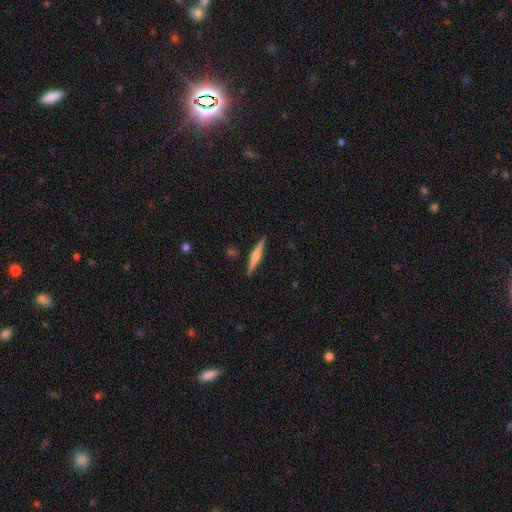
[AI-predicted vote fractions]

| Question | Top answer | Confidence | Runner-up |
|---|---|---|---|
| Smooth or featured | featured or disk | 58% | smooth (36%) |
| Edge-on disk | yes | 98% | no (2%) |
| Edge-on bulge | rounded | 77% | none (12%) |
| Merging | none | 90% | minor disturbance (7%) |